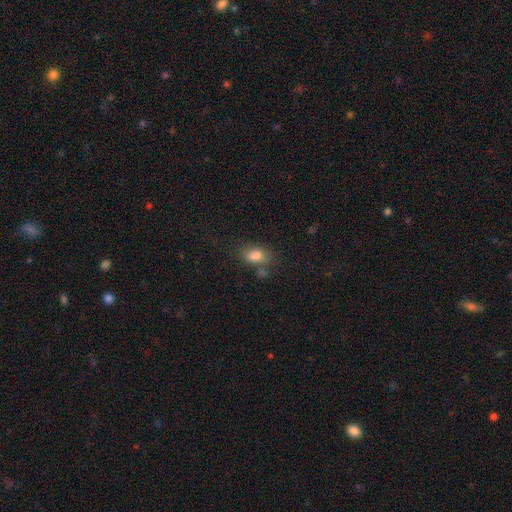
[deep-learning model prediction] Smooth or featured? Predicted: smooth (p=0.77). How rounded? Predicted: in between (p=0.78). Merging? Predicted: none (p=0.51).